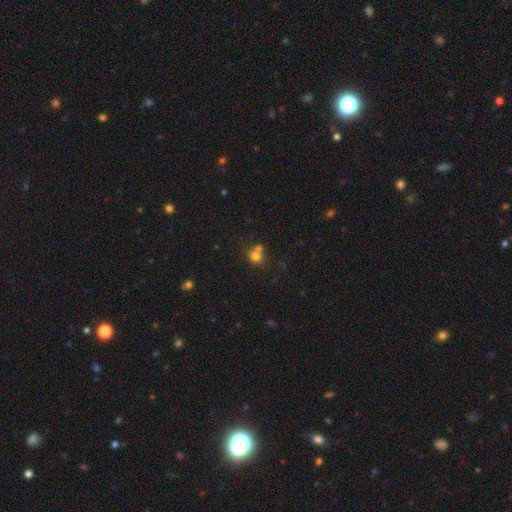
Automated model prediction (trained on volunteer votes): Smooth or featured: smooth — 74% (star or artifact — 15%)
How rounded: round — 80% (in between — 19%)
Merging: none — 45% (merger — 43%)